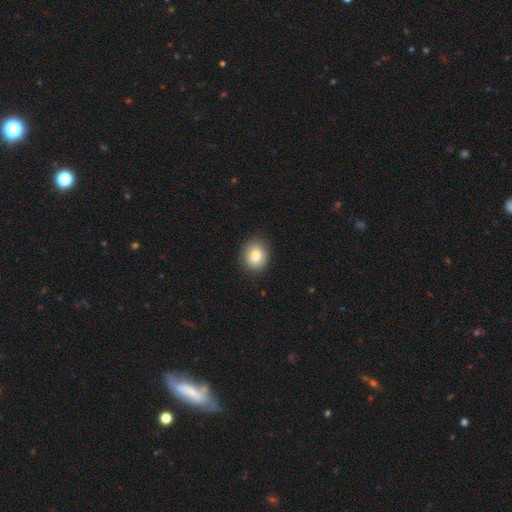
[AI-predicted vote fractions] This appears to be a smooth galaxy with no disk features (83%) that is round (60%). Merging: none (88%).